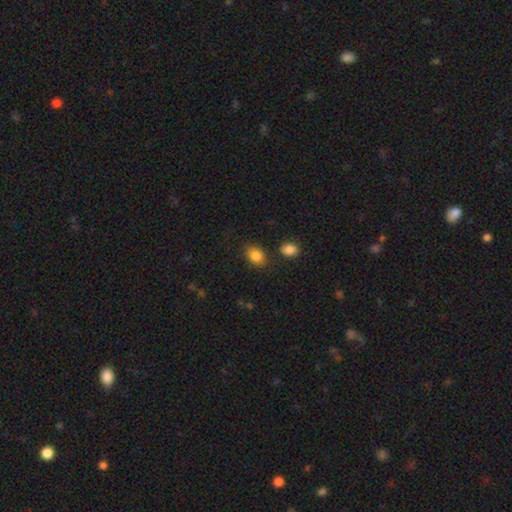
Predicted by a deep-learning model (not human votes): Smooth or featured?
  - smooth: 85% *
  - star or artifact: 9%
  - featured or disk: 6%
How rounded?
  - in between: 71% *
  - round: 28%
  - cigar-shaped: 1%
Merging?
  - none: 78% *
  - minor disturbance: 13%
  - merger: 5%
  - major disturbance: 3%